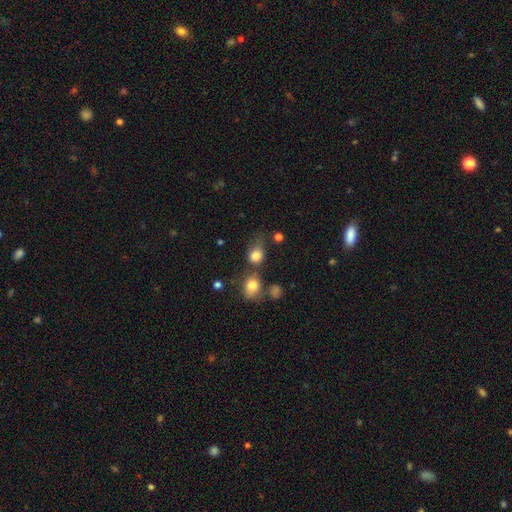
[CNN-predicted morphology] Overall: smooth (80%). How rounded: round (64%; in between 35%). Merging: none (43%; merger 23%).